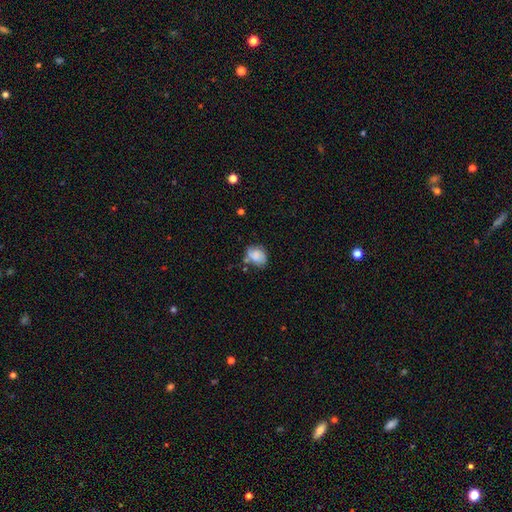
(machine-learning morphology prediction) Smooth or featured: smooth — 70% (featured or disk — 20%)
How rounded: in between — 63% (round — 36%)
Merging: none — 51% (minor disturbance — 29%)